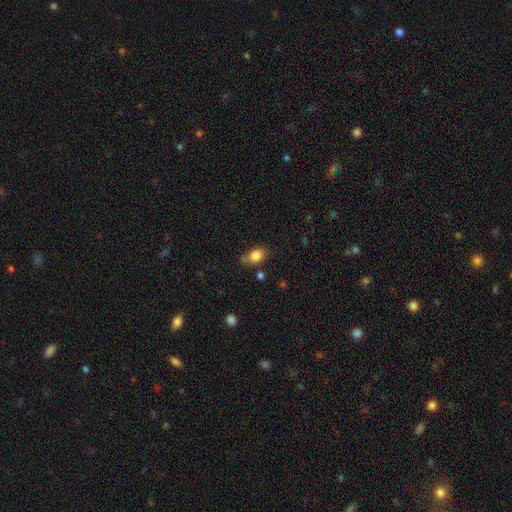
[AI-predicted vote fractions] This is clearly a smooth galaxy (84%). How rounded: likely in between (74%). Merging: likely none (68%).